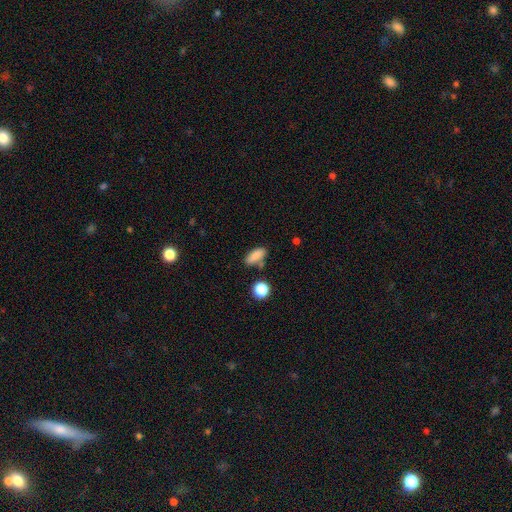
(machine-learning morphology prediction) This is clearly a smooth galaxy (85%). How rounded: likely in between (78%). Merging: likely none (71%).